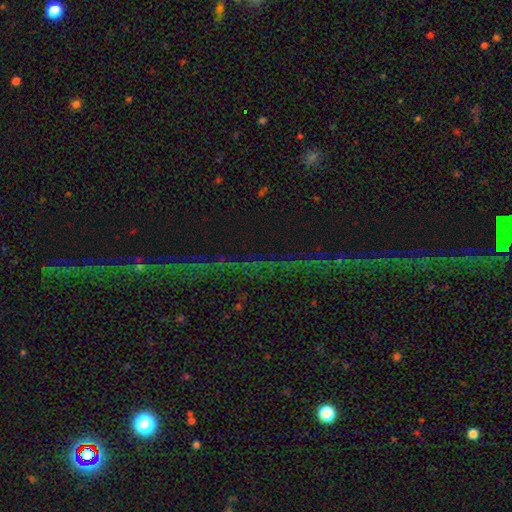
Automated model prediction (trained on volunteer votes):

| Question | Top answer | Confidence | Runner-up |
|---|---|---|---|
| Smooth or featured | star or artifact | 73% | featured or disk (16%) |